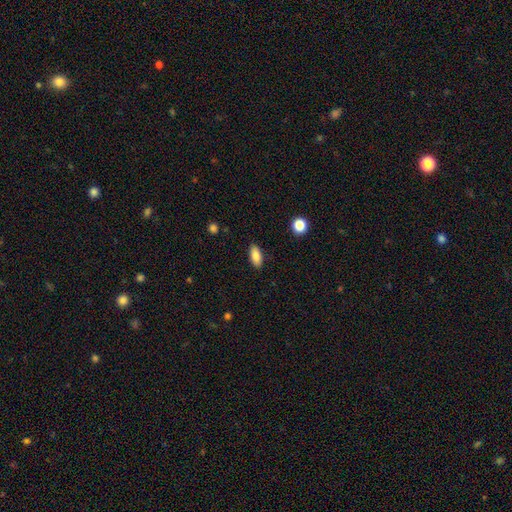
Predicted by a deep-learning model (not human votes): Smooth or featured: smooth — 85% (star or artifact — 8%)
How rounded: in between — 87% (cigar-shaped — 10%)
Merging: none — 88% (minor disturbance — 8%)